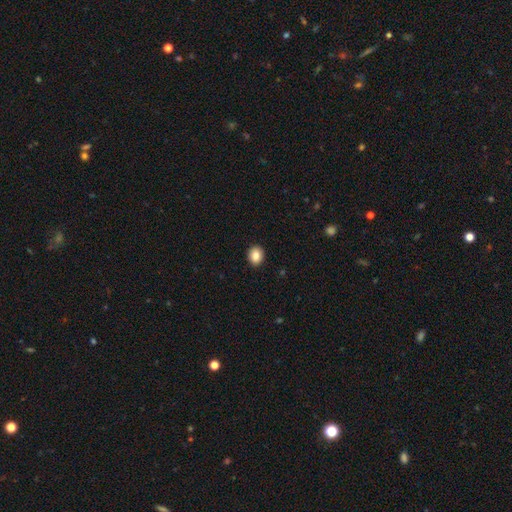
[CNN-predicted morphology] type=smooth (87%); roundness=round (57%); merging=none (91%).